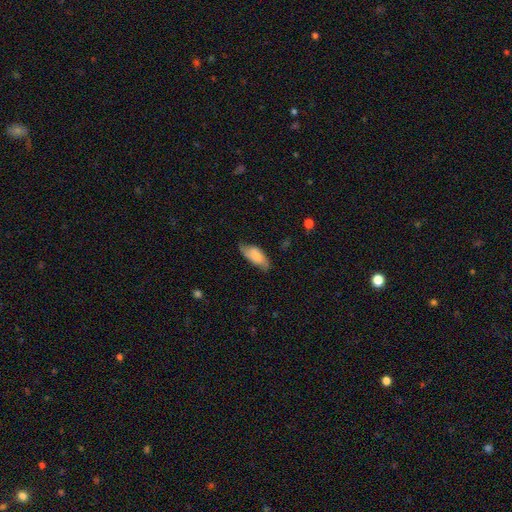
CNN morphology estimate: Smooth or featured? smooth (68%)
How rounded? in between (84%)
Merging? none (60%)